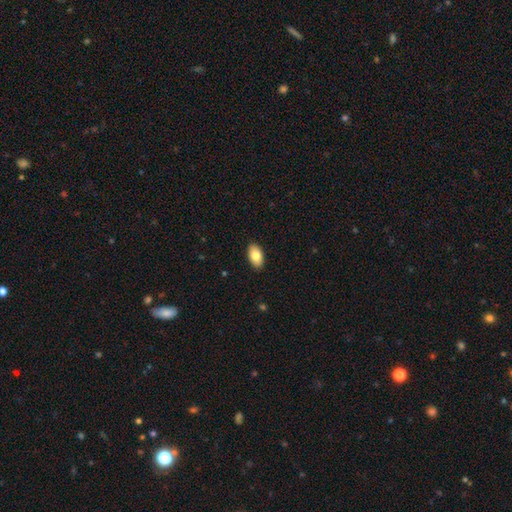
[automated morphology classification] smooth_or_featured: smooth (p=0.84) [alt: featured or disk p=0.10]
how_rounded: in between (p=0.94) [alt: round p=0.04]
merging: none (p=0.90) [alt: minor disturbance p=0.07]